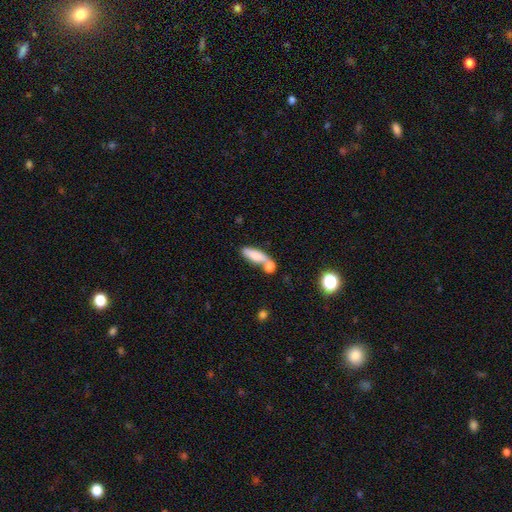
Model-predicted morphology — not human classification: type=smooth (79%); roundness=in between (59%); merging=none (48%).